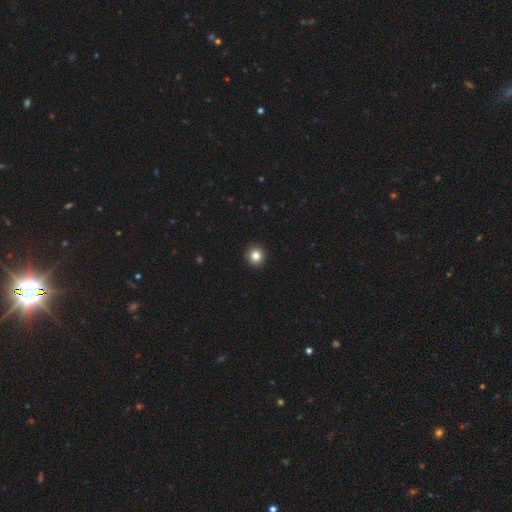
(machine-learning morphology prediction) This appears to be a smooth galaxy with no disk features (84%) that is round (96%). Merging: none (94%).